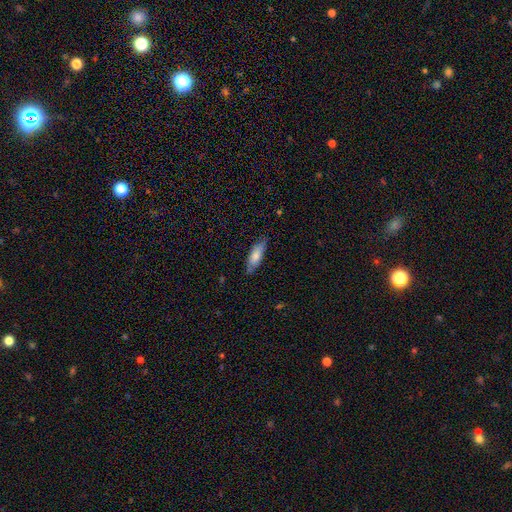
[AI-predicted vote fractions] The model was most divided on "how rounded": in between: 57%, cigar-shaped: 41%, round: 2%. More confident: merging — none (77%); smooth or featured — smooth (74%).